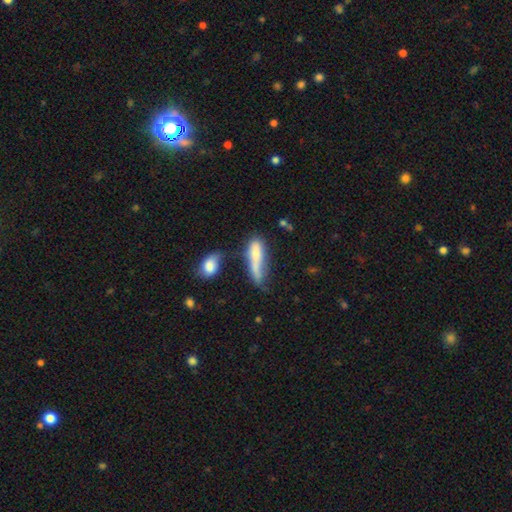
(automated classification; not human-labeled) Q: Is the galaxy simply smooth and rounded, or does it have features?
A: smooth — 67%.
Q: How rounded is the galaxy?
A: cigar-shaped — 52%.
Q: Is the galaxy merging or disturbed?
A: merger — 26%, tied with none.